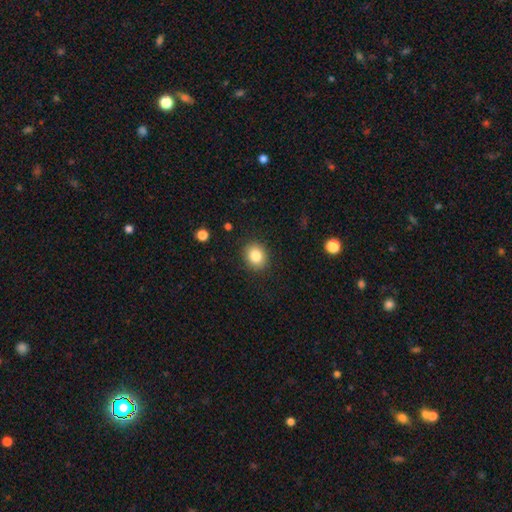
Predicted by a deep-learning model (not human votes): Overall: smooth (84%). How rounded: round (67%; in between 32%). Merging: none (89%).